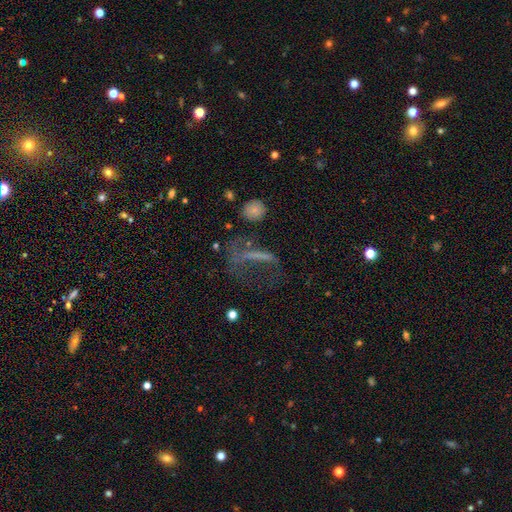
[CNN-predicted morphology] type=featured or disk (44%); merging=major disturbance (45%).